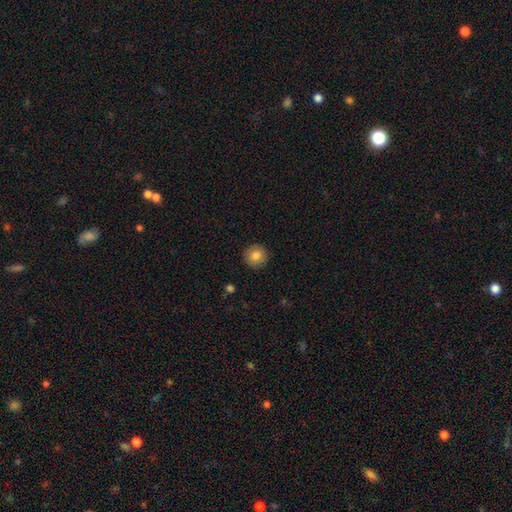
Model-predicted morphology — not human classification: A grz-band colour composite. It shows a smooth galaxy with no disk features (83%) that is round (95%). Merging: none (92%).